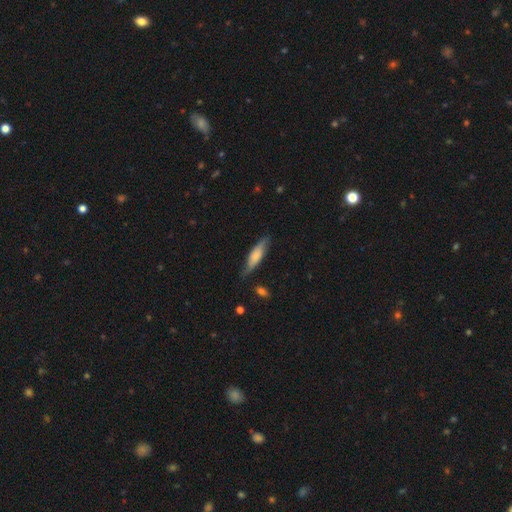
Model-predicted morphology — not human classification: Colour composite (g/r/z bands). It shows a smooth galaxy with no disk features (64%) that is cigar-shaped (64%). Merging: none (73%).